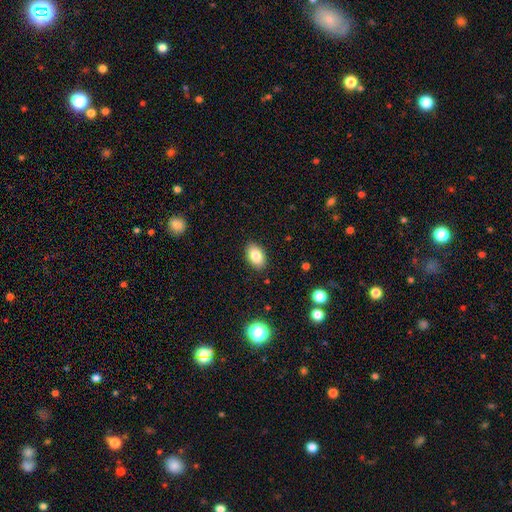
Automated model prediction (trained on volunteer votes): smooth_or_featured: smooth (p=0.82) [alt: featured or disk p=0.09]
how_rounded: in between (p=0.89) [alt: round p=0.09]
merging: none (p=0.88) [alt: minor disturbance p=0.09]